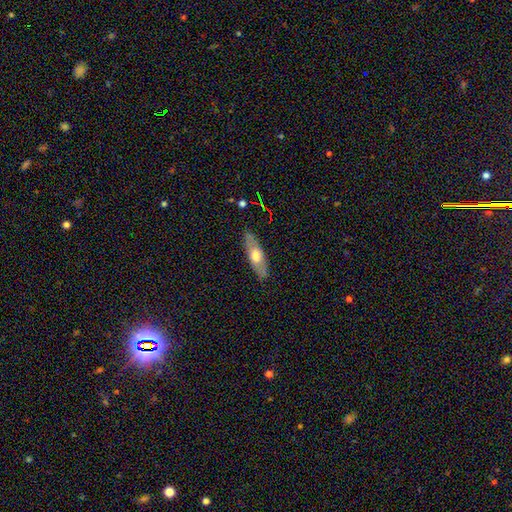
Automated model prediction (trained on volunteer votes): Smooth or featured? Predicted: smooth (p=0.53). How rounded? Predicted: in between (p=0.58). Merging? Predicted: none (p=0.84).